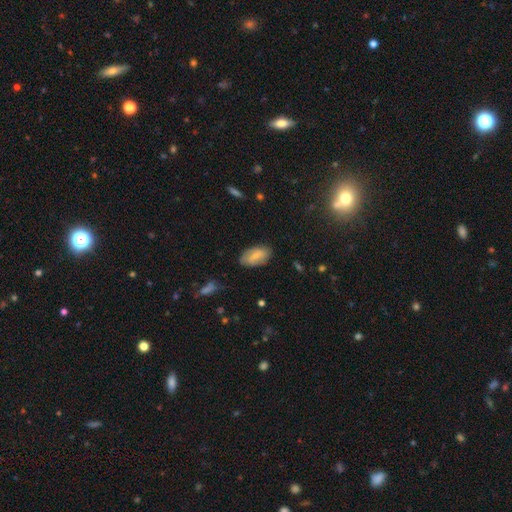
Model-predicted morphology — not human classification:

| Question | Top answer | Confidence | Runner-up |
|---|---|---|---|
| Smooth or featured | smooth | 64% | featured or disk (28%) |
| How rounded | in between | 93% | round (4%) |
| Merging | none | 75% | minor disturbance (19%) |